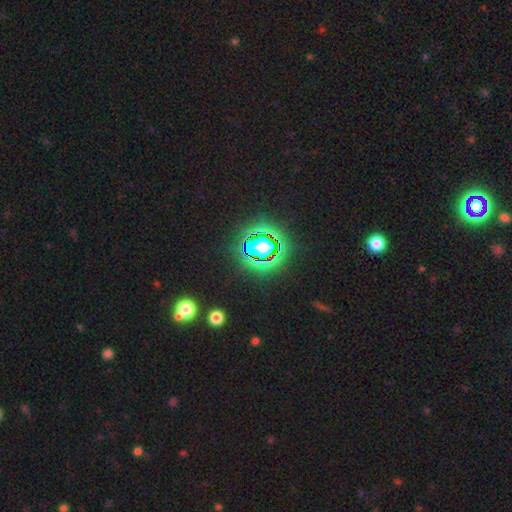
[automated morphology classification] star or artifact 80%, smooth 12%, featured or disk 7%.